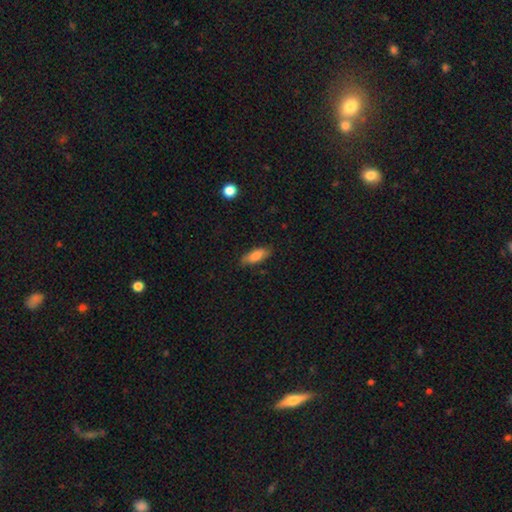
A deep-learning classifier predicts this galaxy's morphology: smooth-or-featured: smooth: 81% | featured or disk: 13% | star or artifact: 7%
  how-rounded: in between: 68% | cigar-shaped: 30% | round: 2%
  merging: none: 84% | minor disturbance: 12% | major disturbance: 3% | merger: 1%